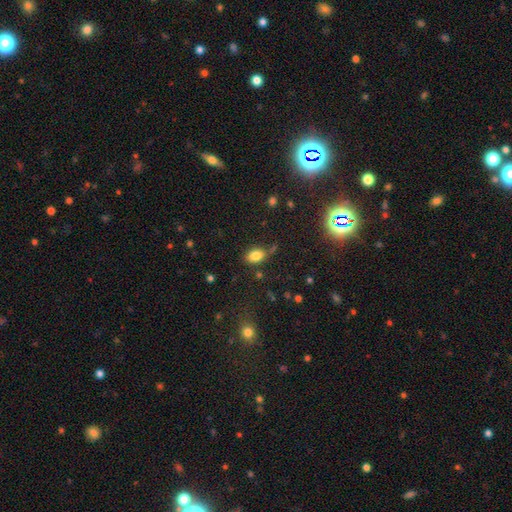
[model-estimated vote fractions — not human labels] A smooth galaxy with no disk features (81%) that is in between round and cigar-shaped (86%).

Vote fractions:
- Smooth or featured? smooth: 81% / star or artifact: 11% / featured or disk: 8%
- How rounded? in between: 86% / round: 12% / cigar-shaped: 2%
- Merging? none: 70% / minor disturbance: 18% / merger: 6% / major disturbance: 6%